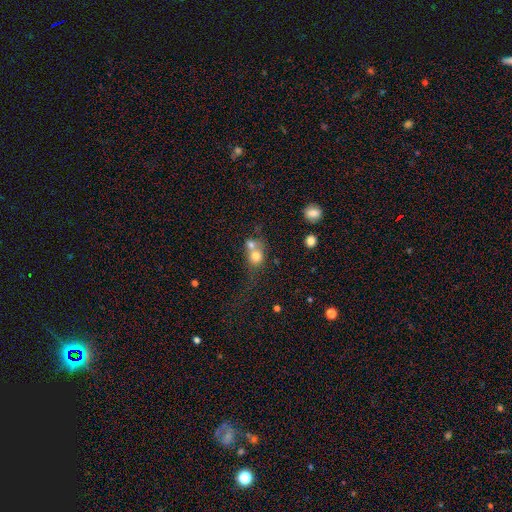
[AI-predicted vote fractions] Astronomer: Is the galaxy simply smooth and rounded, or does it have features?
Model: smooth — 73%.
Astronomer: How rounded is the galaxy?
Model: round — 74%.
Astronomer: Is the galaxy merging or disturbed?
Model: merger — 61%.